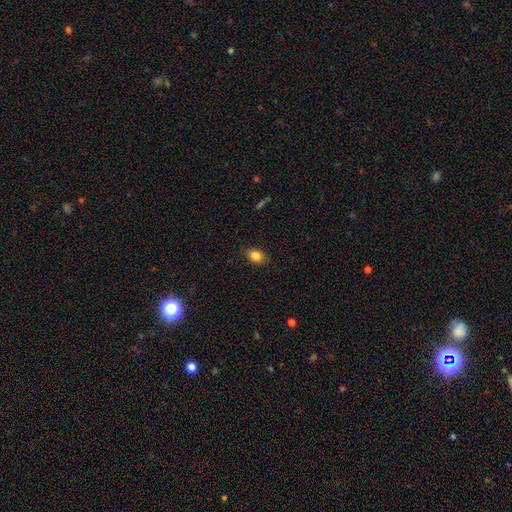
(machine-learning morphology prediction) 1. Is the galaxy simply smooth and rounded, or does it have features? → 84% smooth, 9% star or artifact, 7% featured or disk.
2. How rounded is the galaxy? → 70% in between, 29% round, 1% cigar-shaped.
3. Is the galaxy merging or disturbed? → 86% none, 11% minor disturbance, 2% major disturbance, 1% merger.